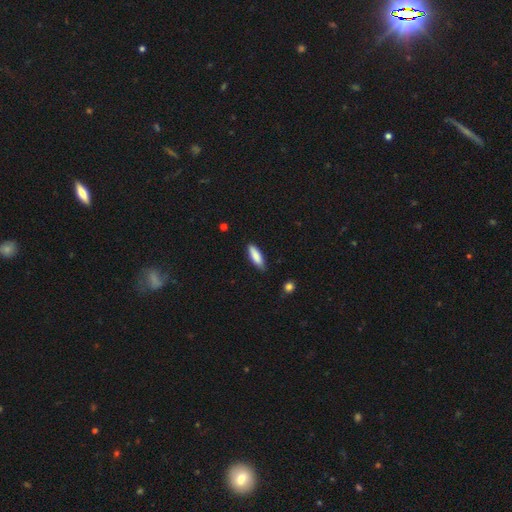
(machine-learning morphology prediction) type=smooth (85%); roundness=cigar-shaped (53%); merging=none (84%).